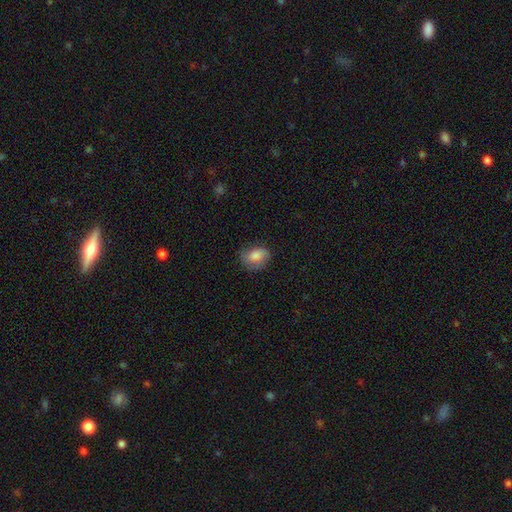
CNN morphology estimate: smooth-or-featured: smooth: 78% | featured or disk: 14% | star or artifact: 8%
  how-rounded: in between: 63% | round: 36% | cigar-shaped: 1%
  merging: none: 68% | minor disturbance: 24% | major disturbance: 7% | merger: 1%